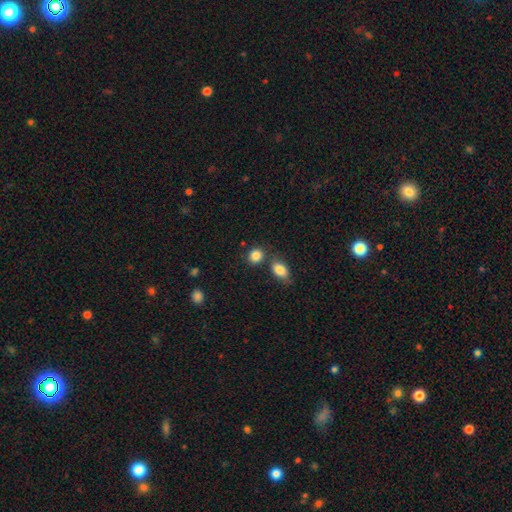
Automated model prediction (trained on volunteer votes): Smooth or featured: smooth — 85% (star or artifact — 9%)
How rounded: round — 70% (in between — 29%)
Merging: none — 70% (merger — 17%)